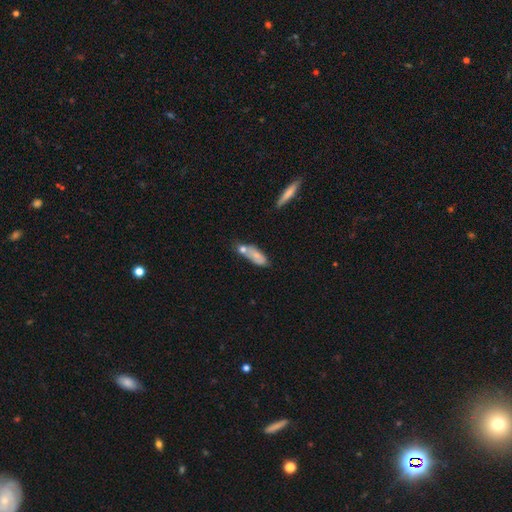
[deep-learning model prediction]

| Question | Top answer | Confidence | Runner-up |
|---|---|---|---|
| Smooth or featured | smooth | 64% | featured or disk (28%) |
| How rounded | in between | 66% | cigar-shaped (30%) |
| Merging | merger | 38% | none (35%) |